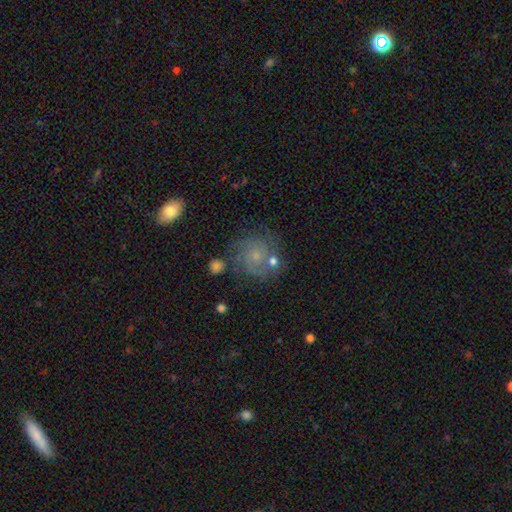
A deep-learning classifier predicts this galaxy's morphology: Smooth or featured? featured or disk (64%)
Edge-on disk? no (98%)
Bar? no (78%)
Spiral arms? yes (89%)
Spiral winding? tight (55%)
Spiral arm count? 2 (31%)
Bulge size? small (66%)
Merging? none (65%)